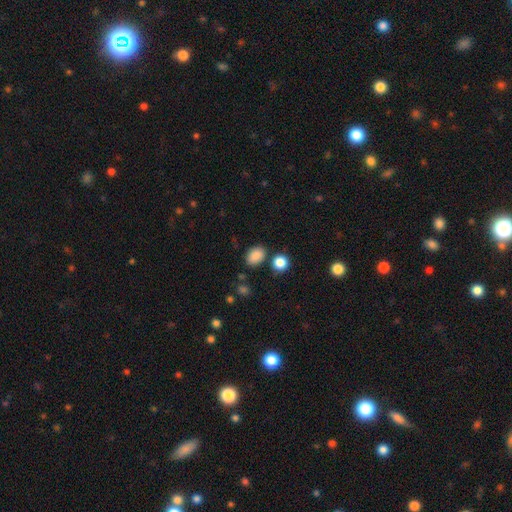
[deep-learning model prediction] This appears to be a smooth galaxy with no disk features (86%) that is in between round and cigar-shaped (76%). Merging: none (79%).